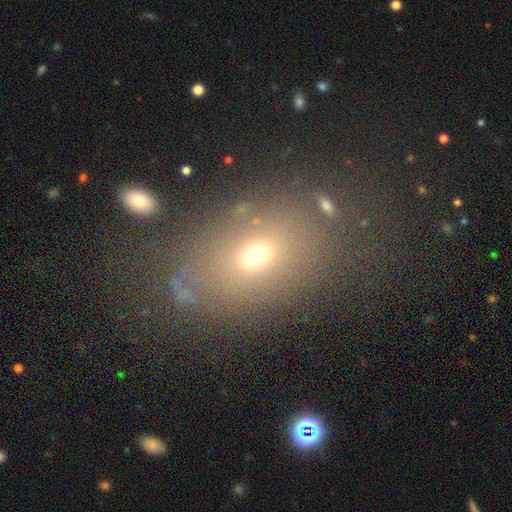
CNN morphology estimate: smooth 62%, star or artifact 20%, featured or disk 18%. Down the decision tree: how rounded — in between (71%); merging — none (70%).